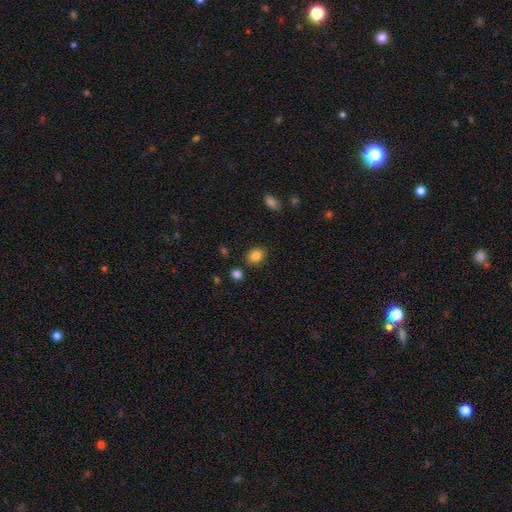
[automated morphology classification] This is clearly a smooth galaxy (84%). How rounded: possibly round (53%). Merging: clearly none (84%).